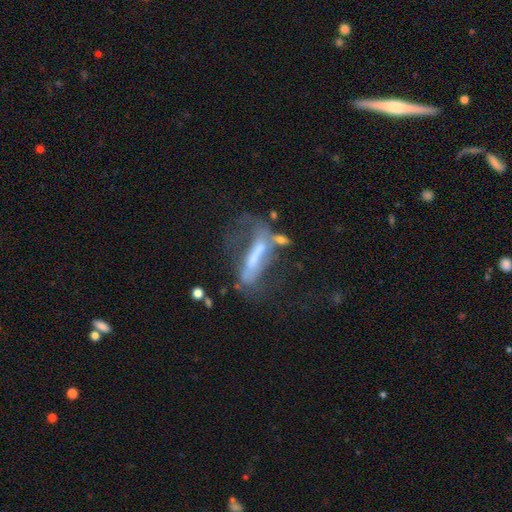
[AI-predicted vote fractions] A featured or disk galaxy (54%). Merging: major disturbance (42%).